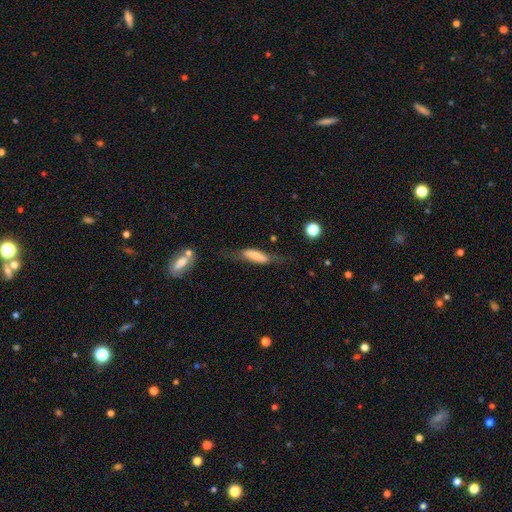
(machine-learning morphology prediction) Overall: smooth (55%; featured or disk 38%). How rounded: cigar-shaped (58%; in between 39%). Merging: none (55%; minor disturbance 25%).